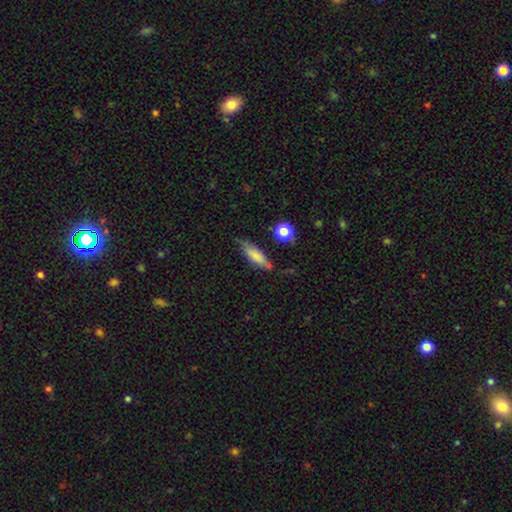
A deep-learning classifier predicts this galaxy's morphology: A smooth galaxy with no disk features (72%) that is cigar-shaped (53%). Merging: none (61%).